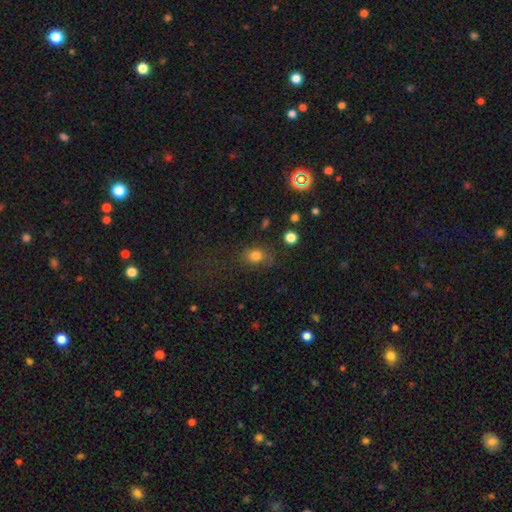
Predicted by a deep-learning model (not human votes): Overall: smooth (79%). How rounded: round (54%; in between 45%). Merging: none (68%).